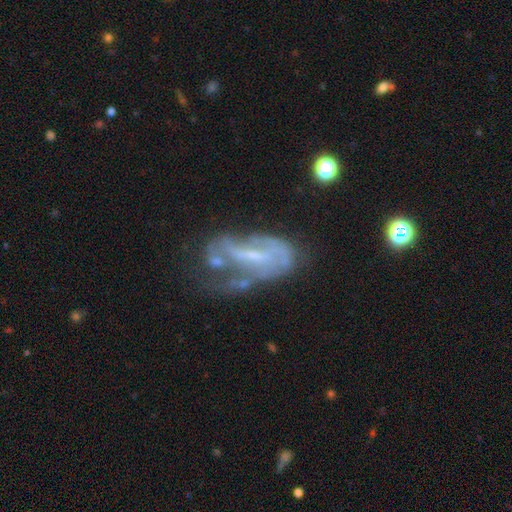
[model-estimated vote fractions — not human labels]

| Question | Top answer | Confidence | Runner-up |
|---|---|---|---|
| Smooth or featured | featured or disk | 74% | smooth (16%) |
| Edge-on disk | no | 93% | yes (7%) |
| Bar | weak | 42% | no (30%) |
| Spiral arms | yes | 70% | no (30%) |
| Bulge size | small | 52% | none (25%) |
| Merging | major disturbance | 35% | none (31%) |